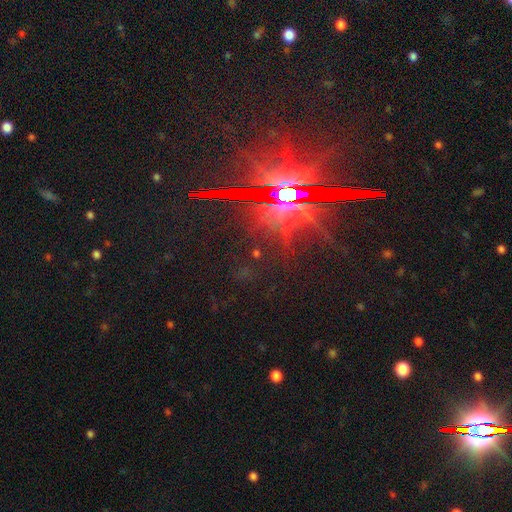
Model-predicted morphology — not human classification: smooth_or_featured: star or artifact (p=0.67) [alt: featured or disk p=0.25]